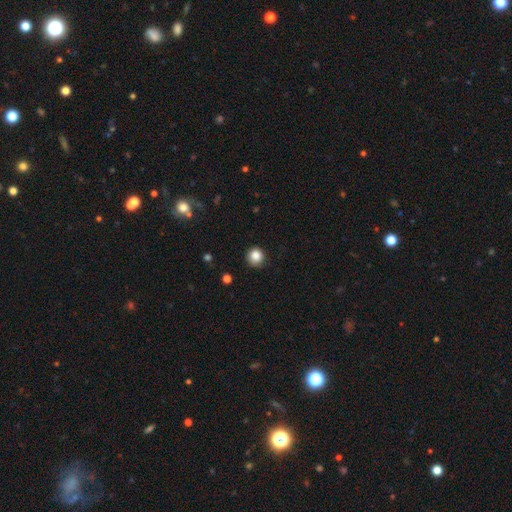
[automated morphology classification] This appears to be a smooth galaxy with no disk features (85%) that is round (93%). Merging: none (88%).